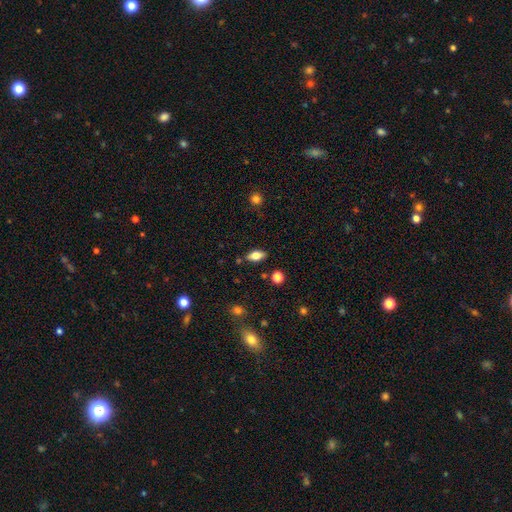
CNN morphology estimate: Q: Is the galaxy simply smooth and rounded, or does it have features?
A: smooth — 70%.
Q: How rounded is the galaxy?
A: in between — 86%.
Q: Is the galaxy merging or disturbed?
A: none — 82%.